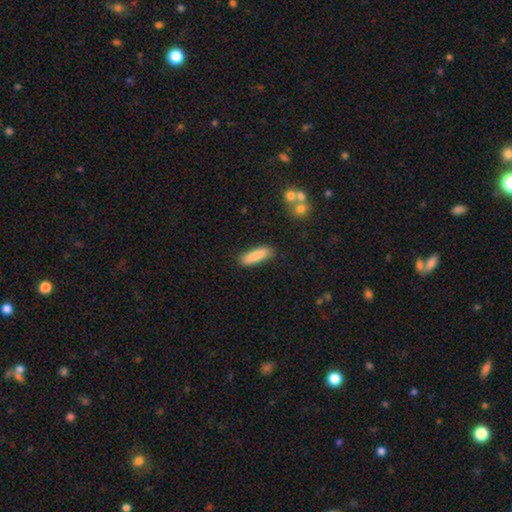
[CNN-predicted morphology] Smooth or featured? Predicted: smooth (p=0.86). How rounded? Predicted: cigar-shaped (p=0.59). Merging? Predicted: none (p=0.85).